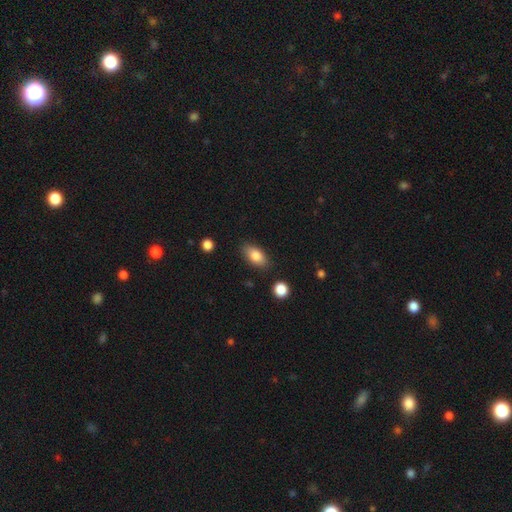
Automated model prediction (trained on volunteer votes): smooth_or_featured: smooth (p=0.83) [alt: featured or disk p=0.10]
how_rounded: in between (p=0.89) [alt: cigar-shaped p=0.06]
merging: none (p=0.84) [alt: minor disturbance p=0.11]